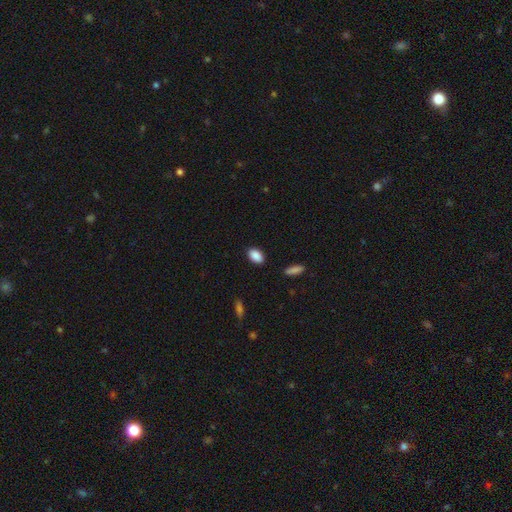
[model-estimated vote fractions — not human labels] A smooth galaxy with no disk features (89%) that is in between round and cigar-shaped (89%).

Vote fractions:
- Smooth or featured? smooth: 89% / star or artifact: 7% / featured or disk: 4%
- How rounded? in between: 89% / round: 8% / cigar-shaped: 2%
- Merging? none: 87% / minor disturbance: 9% / major disturbance: 2% / merger: 2%